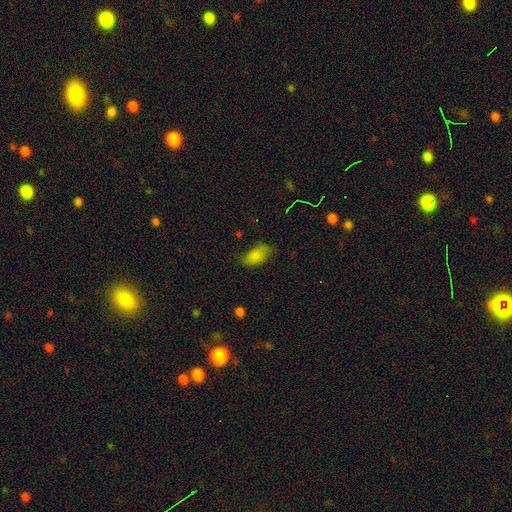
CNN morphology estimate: smooth 82%, star or artifact 10%, featured or disk 7%. Down the decision tree: how rounded — in between (92%); merging — none (67%).